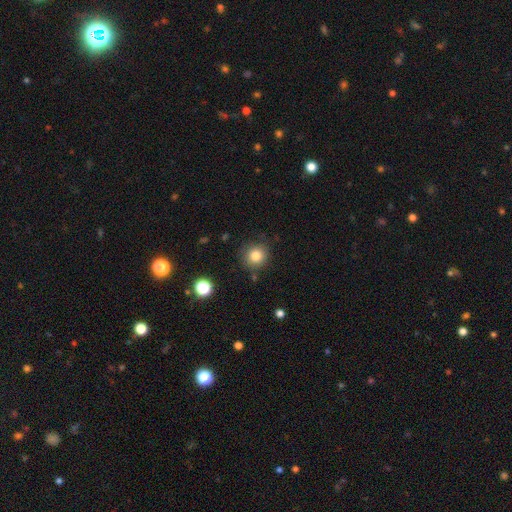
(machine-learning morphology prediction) Smooth or featured?
  - smooth: 82% *
  - star or artifact: 11%
  - featured or disk: 6%
How rounded?
  - round: 91% *
  - in between: 8%
  - cigar-shaped: 1%
Merging?
  - none: 84% *
  - minor disturbance: 10%
  - major disturbance: 3%
  - merger: 3%